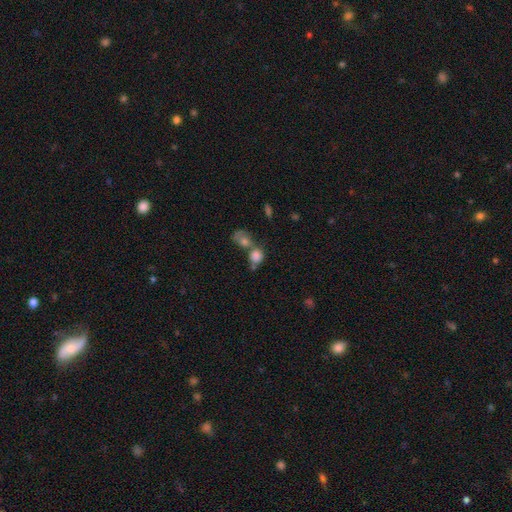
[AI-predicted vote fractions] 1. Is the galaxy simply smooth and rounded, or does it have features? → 79% smooth, 11% star or artifact, 10% featured or disk.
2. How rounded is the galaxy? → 66% round, 32% in between, 2% cigar-shaped.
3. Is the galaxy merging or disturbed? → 55% merger, 29% none, 9% minor disturbance, 7% major disturbance.